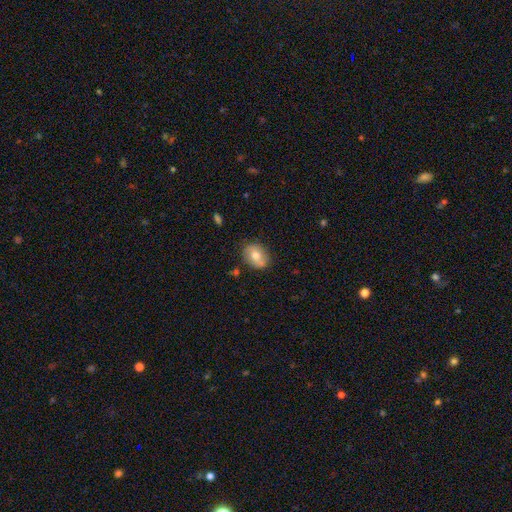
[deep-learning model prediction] smooth_or_featured: smooth (p=0.66) [alt: featured or disk p=0.26]
how_rounded: in between (p=0.61) [alt: round p=0.38]
merging: none (p=0.75) [alt: minor disturbance p=0.17]